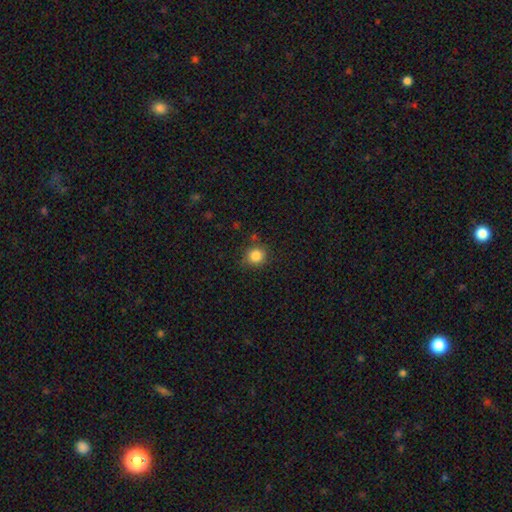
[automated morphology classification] Smooth or featured?
  - smooth: 85% *
  - star or artifact: 11%
  - featured or disk: 4%
How rounded?
  - round: 87% *
  - in between: 12%
  - cigar-shaped: 1%
Merging?
  - none: 81% *
  - minor disturbance: 13%
  - major disturbance: 3%
  - merger: 2%